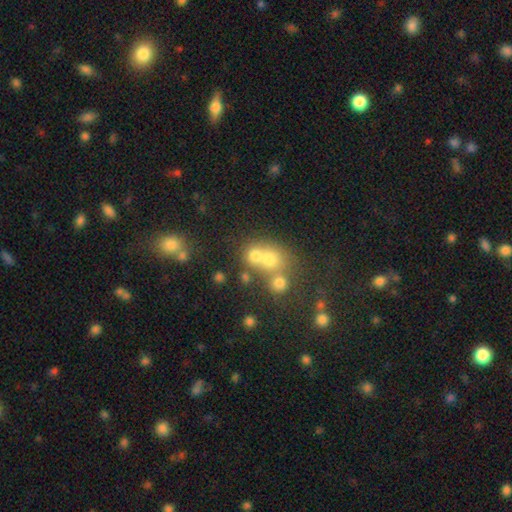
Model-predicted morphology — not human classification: smooth_or_featured: smooth (p=0.67) [alt: star or artifact p=0.18]
how_rounded: round (p=0.76) [alt: in between p=0.23]
merging: merger (p=0.49) [alt: none p=0.38]